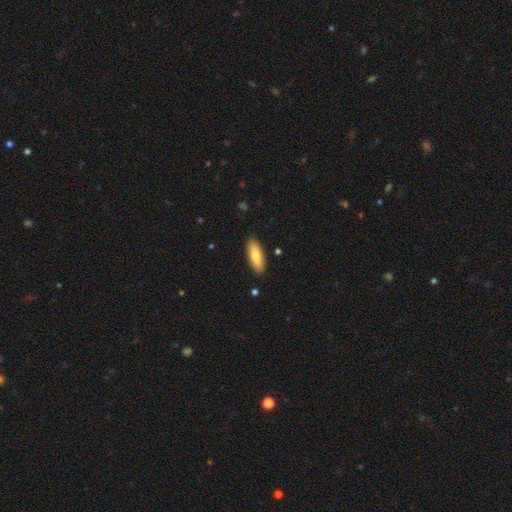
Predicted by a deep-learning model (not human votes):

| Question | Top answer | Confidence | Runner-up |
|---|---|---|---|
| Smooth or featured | smooth | 79% | featured or disk (15%) |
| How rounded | in between | 58% | cigar-shaped (40%) |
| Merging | none | 88% | minor disturbance (9%) |